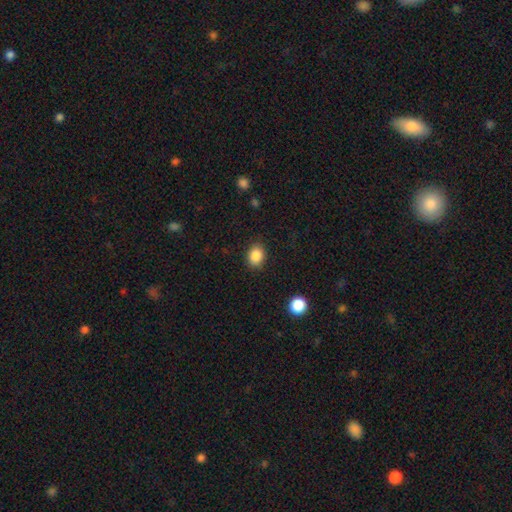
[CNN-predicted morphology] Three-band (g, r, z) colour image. It shows a smooth galaxy with no disk features (87%) that is in between round and cigar-shaped (54%). Merging: none (87%).